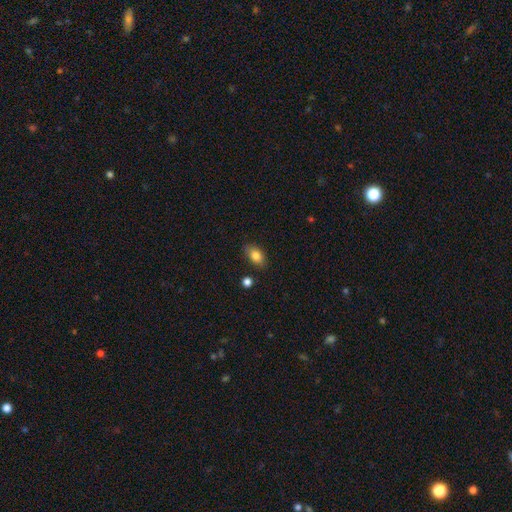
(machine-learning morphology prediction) This is clearly a smooth galaxy (83%). How rounded: clearly in between (87%). Merging: likely none (80%).